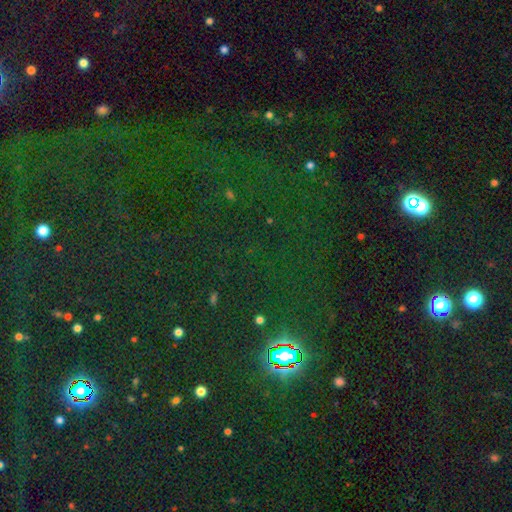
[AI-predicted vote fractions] A star or artifact, not a galaxy (80%).